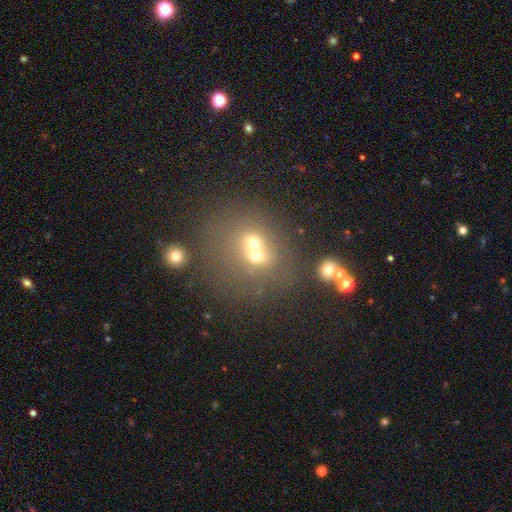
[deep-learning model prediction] Overall: smooth (58%; featured or disk 22%). How rounded: round (67%; in between 32%). Merging: merger (62%; none 27%).